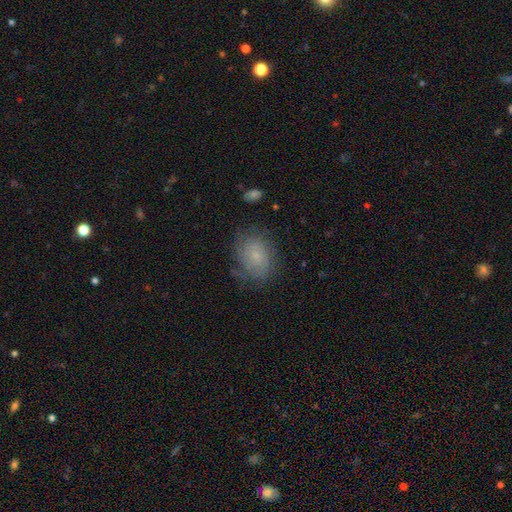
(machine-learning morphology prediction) Smooth or featured?
  - smooth: 46% *
  - featured or disk: 43%
  - star or artifact: 11%
Merging?
  - none: 68% *
  - minor disturbance: 20%
  - major disturbance: 10%
  - merger: 2%